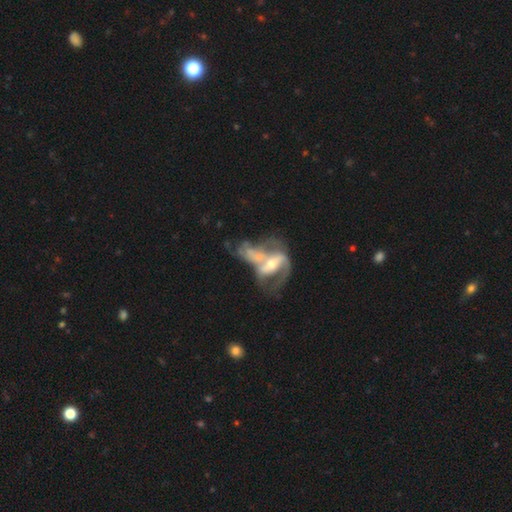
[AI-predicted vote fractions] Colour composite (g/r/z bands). It shows a featured or disk galaxy (76%) with no bar (35%), 2 (61%) loose (47%) spiral arms (72%) and a moderate central bulge (54%). Merging: merger (60%).